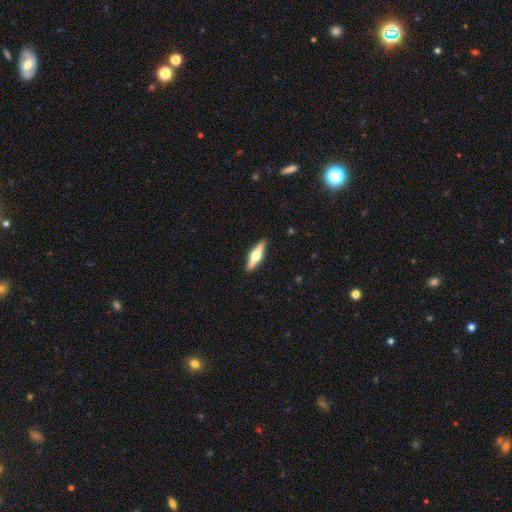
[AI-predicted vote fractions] Smooth or featured? featured or disk (60%)
Edge-on disk? yes (95%)
Edge-on bulge? rounded (96%)
Merging? none (91%)